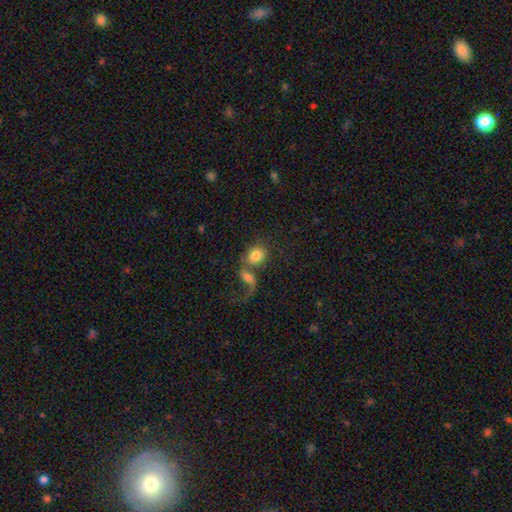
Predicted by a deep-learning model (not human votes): A smooth galaxy with no disk features (74%) that is round (61%).

Vote fractions:
- Smooth or featured? smooth: 74% / featured or disk: 17% / star or artifact: 9%
- How rounded? round: 61% / in between: 38% / cigar-shaped: 2%
- Merging? merger: 58% / none: 26% / major disturbance: 10% / minor disturbance: 7%